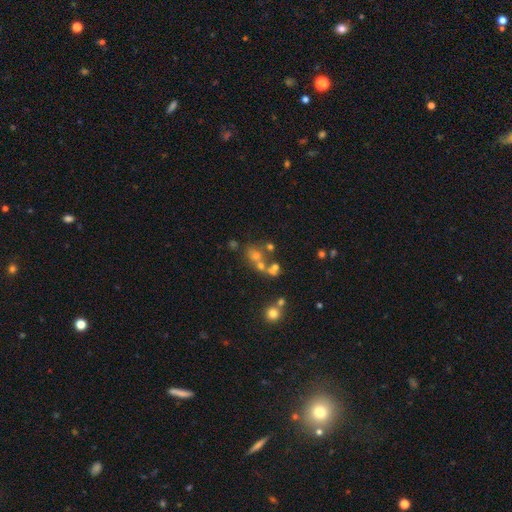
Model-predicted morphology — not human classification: Smooth or featured? Predicted: smooth (p=0.50). Merging? Predicted: merger (p=0.42).